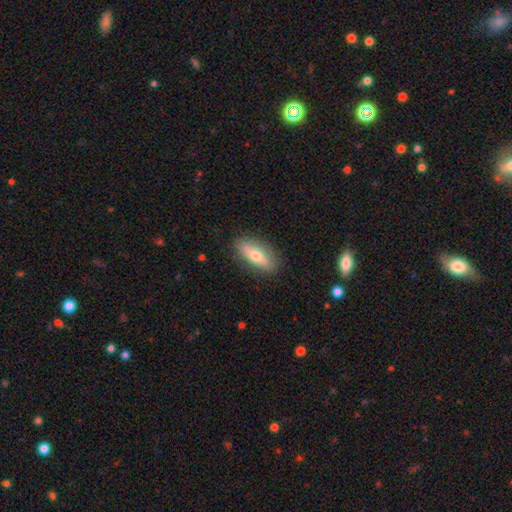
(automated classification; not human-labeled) Smooth or featured? Predicted: smooth (p=0.64). How rounded? Predicted: in between (p=0.68). Merging? Predicted: none (p=0.85).